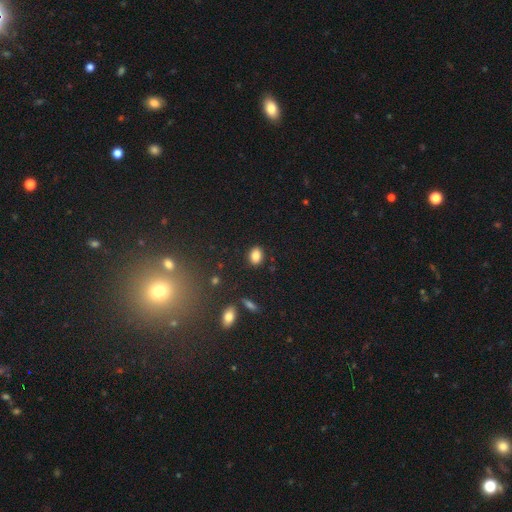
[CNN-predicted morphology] type=smooth (85%); roundness=in between (66%); merging=none (87%).